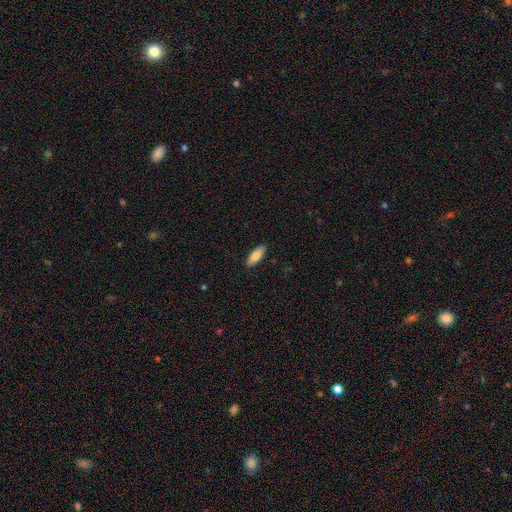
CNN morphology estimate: smooth_or_featured: smooth (p=0.83) [alt: featured or disk p=0.11]
how_rounded: in between (p=0.67) [alt: cigar-shaped p=0.31]
merging: none (p=0.89) [alt: minor disturbance p=0.09]